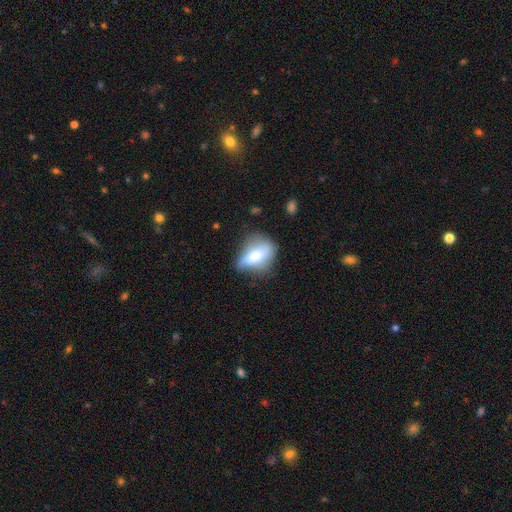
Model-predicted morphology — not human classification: Smooth or featured? smooth (59%)
How rounded? in between (71%)
Merging? none (52%)